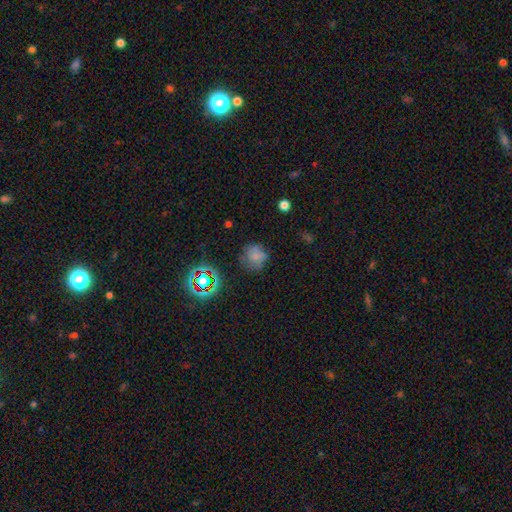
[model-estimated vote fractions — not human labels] Smooth or featured? Predicted: smooth (p=0.67). How rounded? Predicted: round (p=0.87). Merging? Predicted: none (p=0.67).